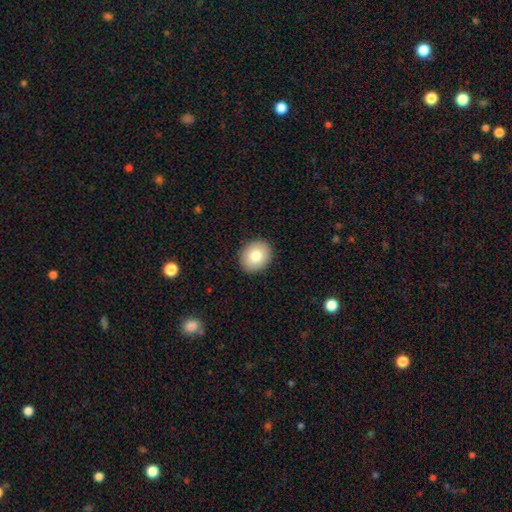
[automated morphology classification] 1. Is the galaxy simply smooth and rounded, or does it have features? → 80% smooth, 11% featured or disk, 9% star or artifact.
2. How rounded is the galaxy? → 63% round, 36% in between, 1% cigar-shaped.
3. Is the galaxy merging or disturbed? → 91% none, 6% minor disturbance, 2% major disturbance, 1% merger.